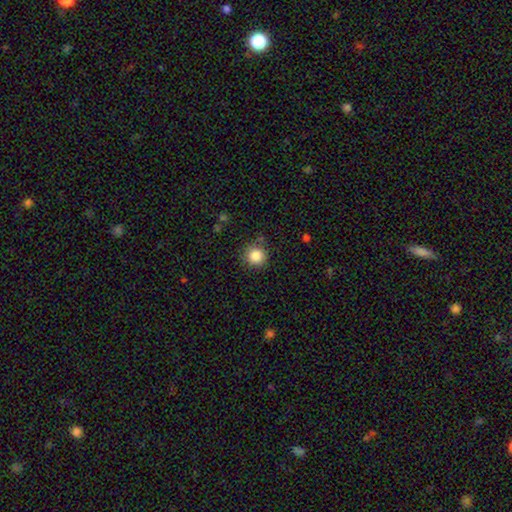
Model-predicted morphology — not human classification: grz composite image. It shows a smooth galaxy with no disk features (85%) that is round (93%). Merging: none (85%).